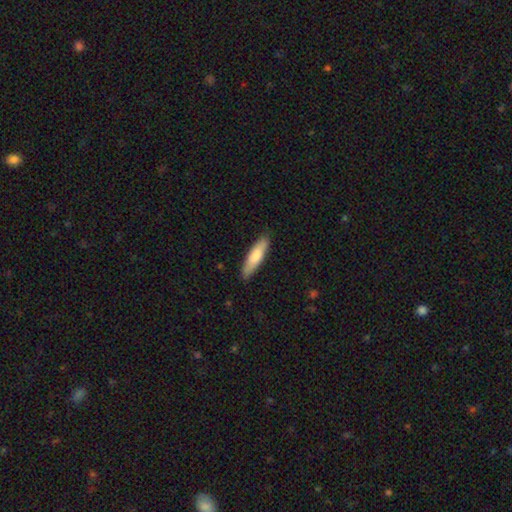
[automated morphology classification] smooth 77%, featured or disk 18%, star or artifact 5%. Down the decision tree: how rounded — cigar-shaped (72%); merging — none (87%).